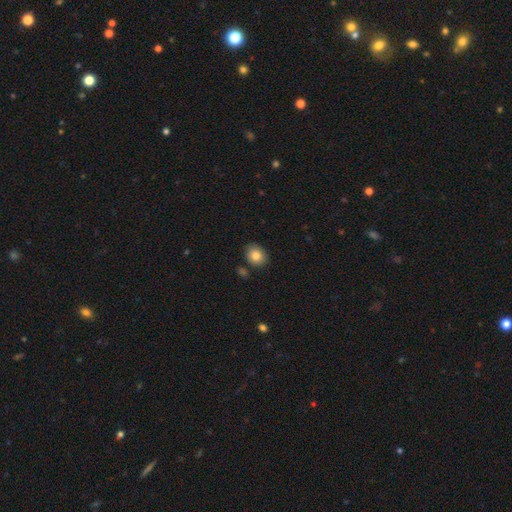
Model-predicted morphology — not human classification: This appears to be a smooth galaxy with no disk features (85%) that is round (56%). Merging: none (82%).